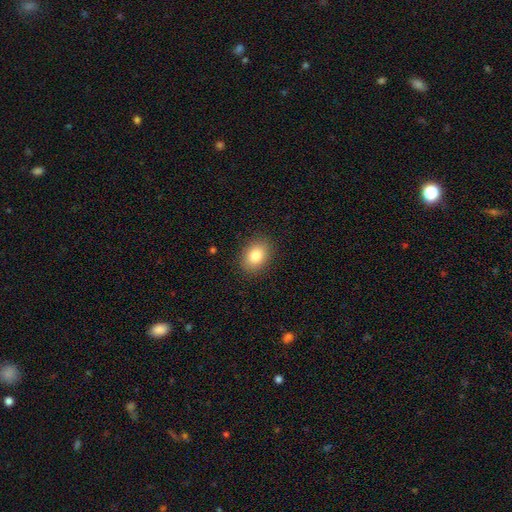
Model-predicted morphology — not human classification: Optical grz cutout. It shows a smooth galaxy with no disk features (84%) that is in between round and cigar-shaped (76%). Merging: none (88%).